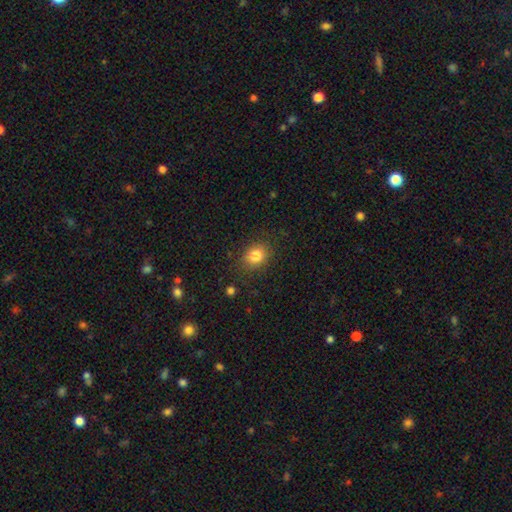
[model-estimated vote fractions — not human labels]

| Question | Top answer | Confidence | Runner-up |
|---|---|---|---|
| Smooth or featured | smooth | 83% | star or artifact (10%) |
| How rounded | round | 54% | in between (45%) |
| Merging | none | 83% | minor disturbance (12%) |